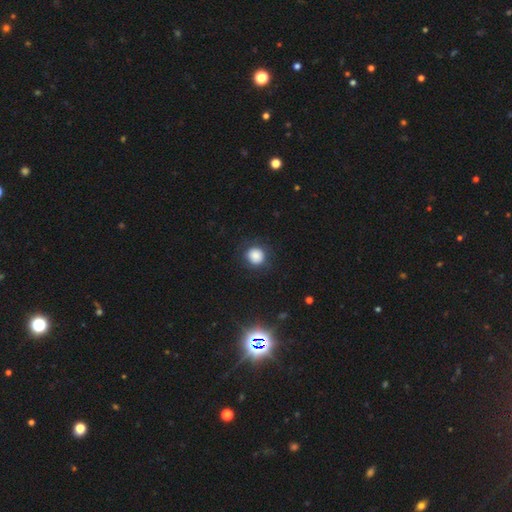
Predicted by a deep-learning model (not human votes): The model was most divided on "merging": none: 81%, minor disturbance: 12%, major disturbance: 5%, merger: 1%. More confident: how rounded — round (90%); smooth or featured — smooth (82%).